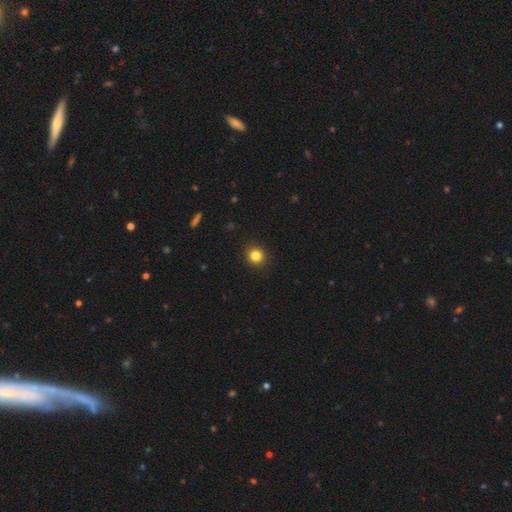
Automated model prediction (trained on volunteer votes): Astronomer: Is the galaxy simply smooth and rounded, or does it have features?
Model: smooth — 84%.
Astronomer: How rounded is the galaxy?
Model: round — 90%.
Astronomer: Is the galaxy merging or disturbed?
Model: none — 92%.